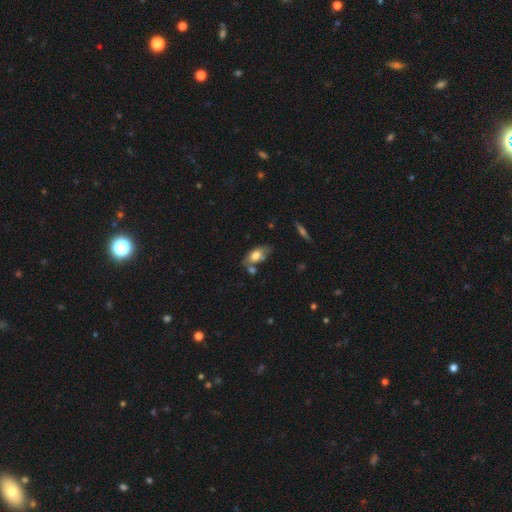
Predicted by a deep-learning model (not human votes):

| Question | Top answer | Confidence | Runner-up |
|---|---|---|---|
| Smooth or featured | smooth | 64% | featured or disk (29%) |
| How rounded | in between | 88% | cigar-shaped (7%) |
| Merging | none | 53% | minor disturbance (21%) |